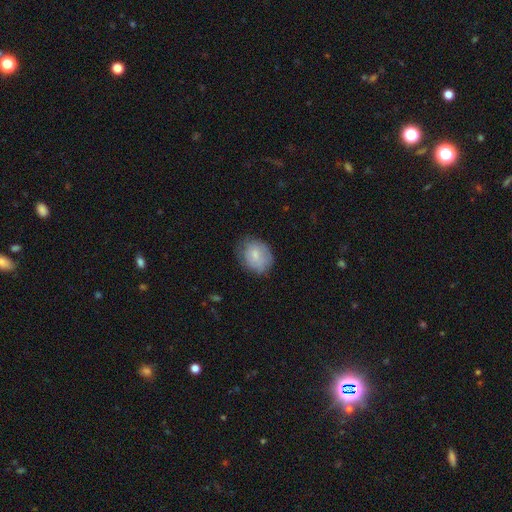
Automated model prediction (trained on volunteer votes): Overall: smooth (72%). How rounded: in between (52%; round 47%). Merging: none (67%).